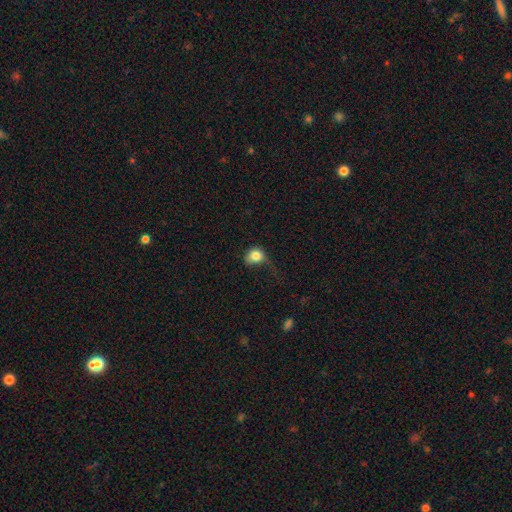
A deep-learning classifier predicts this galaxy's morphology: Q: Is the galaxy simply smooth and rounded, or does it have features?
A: smooth — 80%.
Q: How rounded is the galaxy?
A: round — 69%.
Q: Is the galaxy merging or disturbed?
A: major disturbance — 36%.